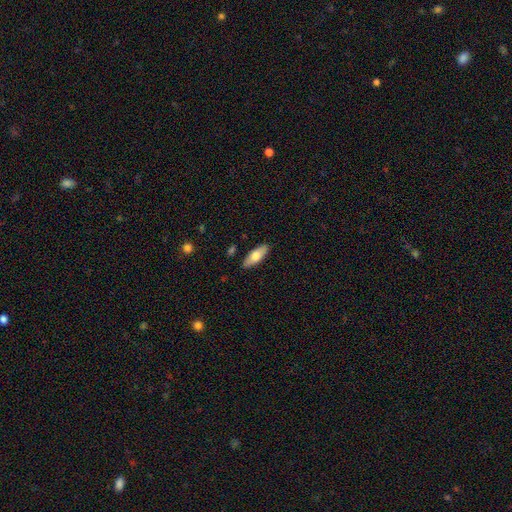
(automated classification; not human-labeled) Smooth or featured?
  - smooth: 69% *
  - featured or disk: 25%
  - star or artifact: 6%
How rounded?
  - in between: 68% *
  - cigar-shaped: 30%
  - round: 2%
Merging?
  - none: 88% *
  - minor disturbance: 9%
  - major disturbance: 2%
  - merger: 1%